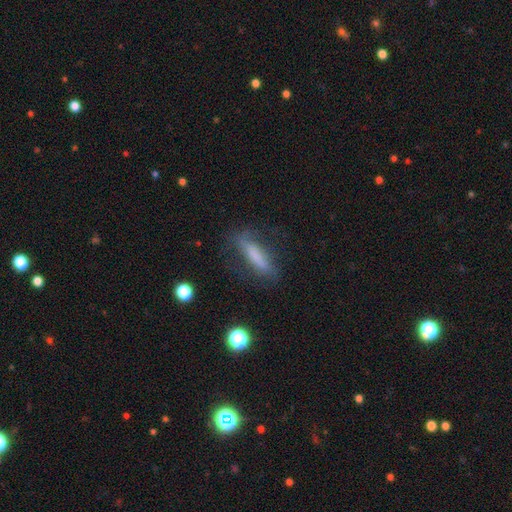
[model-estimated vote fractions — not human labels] Overall: smooth (60%; featured or disk 30%). How rounded: cigar-shaped (73%). Merging: none (69%).